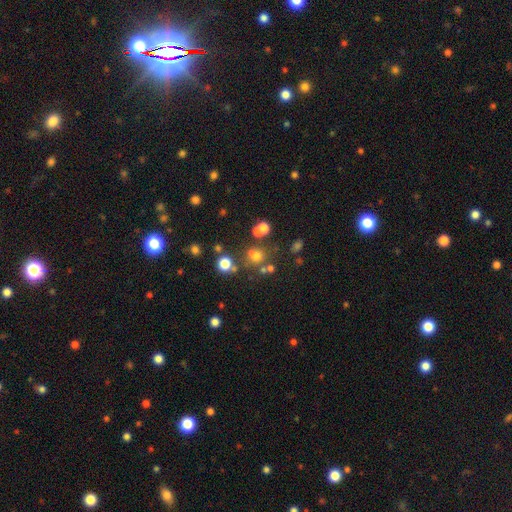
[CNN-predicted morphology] This is likely a smooth galaxy (62%). How rounded: likely round (78%). Merging: possibly none (60%).